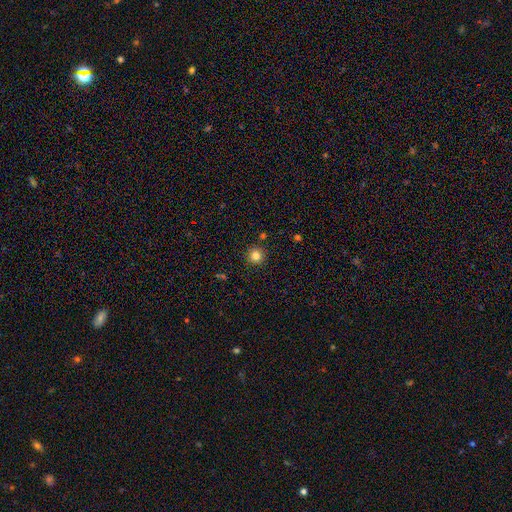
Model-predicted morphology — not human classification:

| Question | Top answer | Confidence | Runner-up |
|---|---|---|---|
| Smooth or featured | smooth | 82% | star or artifact (12%) |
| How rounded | round | 95% | in between (4%) |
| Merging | none | 91% | minor disturbance (5%) |